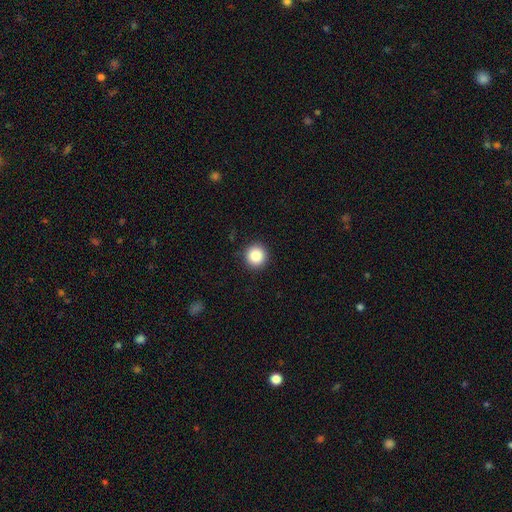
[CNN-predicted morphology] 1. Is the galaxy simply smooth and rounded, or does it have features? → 87% smooth, 9% star or artifact, 4% featured or disk.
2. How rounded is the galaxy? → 95% round, 4% in between, 1% cigar-shaped.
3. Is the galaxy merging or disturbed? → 91% none, 6% minor disturbance, 2% major disturbance, 1% merger.